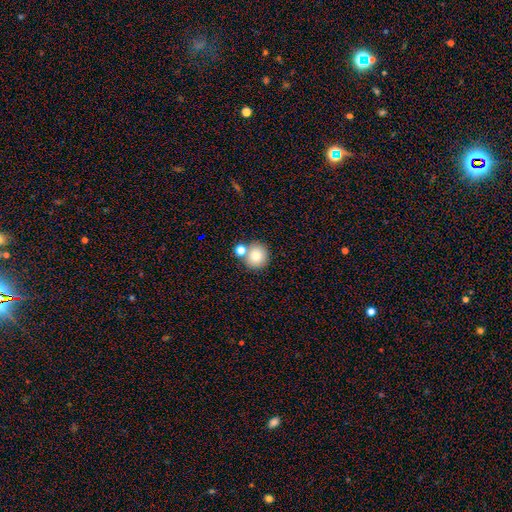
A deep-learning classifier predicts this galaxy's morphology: smooth_or_featured: smooth (p=0.80) [alt: star or artifact p=0.11]
how_rounded: round (p=0.91) [alt: in between p=0.08]
merging: none (p=0.67) [alt: merger p=0.22]